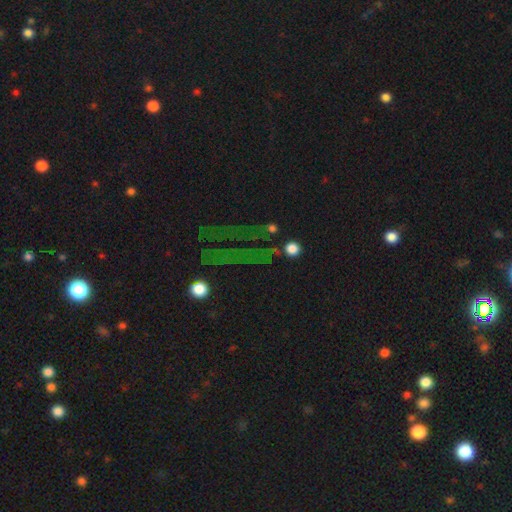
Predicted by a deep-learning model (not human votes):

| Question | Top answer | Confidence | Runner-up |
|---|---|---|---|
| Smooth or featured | star or artifact | 64% | smooth (20%) |